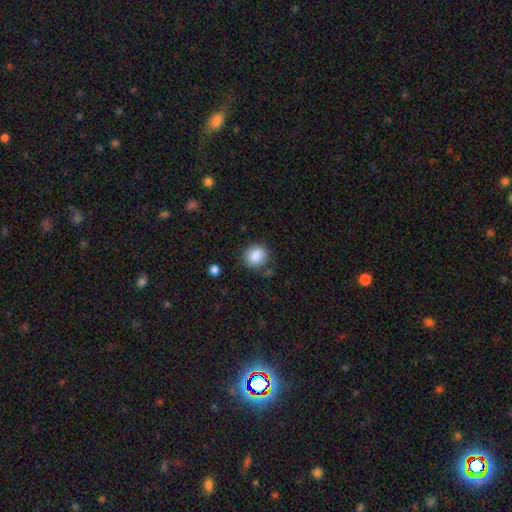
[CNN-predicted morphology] Smooth or featured? smooth (87%)
How rounded? round (82%)
Merging? none (81%)